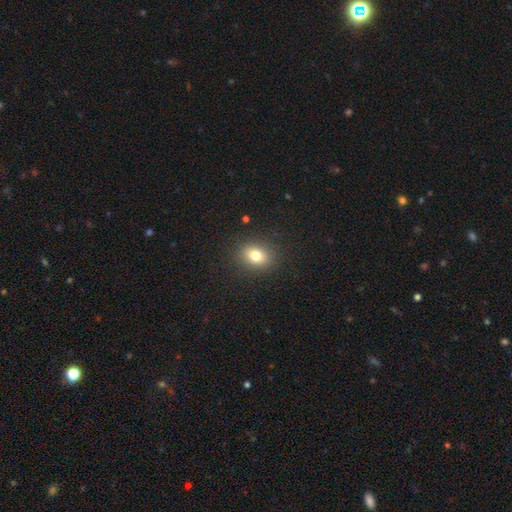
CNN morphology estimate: This is likely a smooth galaxy (78%). How rounded: possibly round (51%). Merging: clearly none (89%).